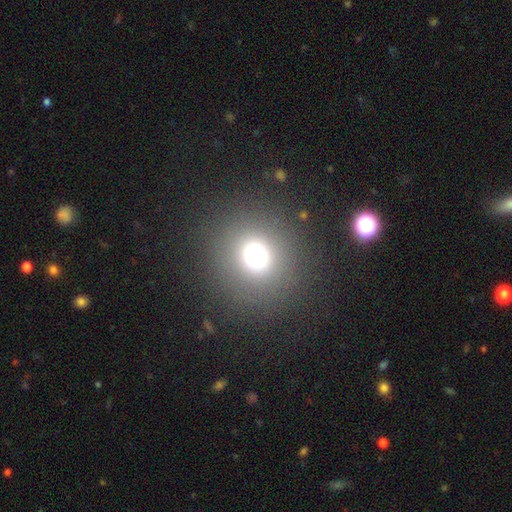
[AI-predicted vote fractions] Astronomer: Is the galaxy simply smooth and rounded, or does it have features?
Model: smooth — 67%.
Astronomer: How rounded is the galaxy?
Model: round — 90%.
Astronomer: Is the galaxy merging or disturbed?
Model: none — 87%.